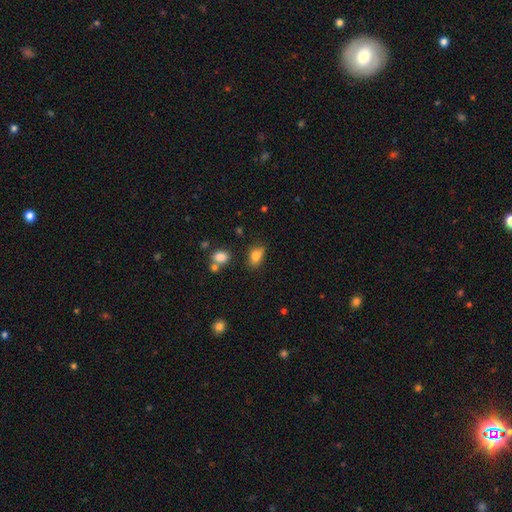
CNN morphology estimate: Smooth or featured? smooth (81%)
How rounded? in between (83%)
Merging? none (60%)